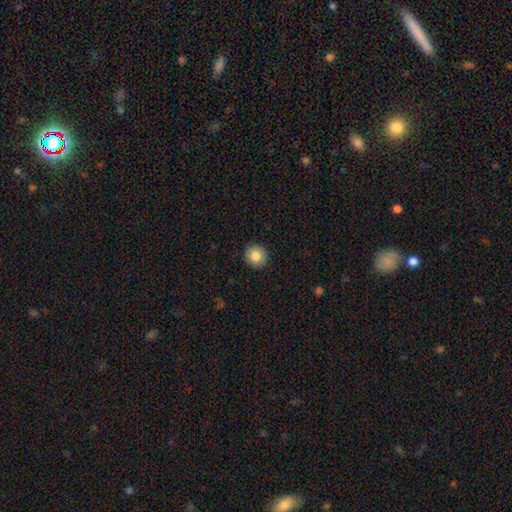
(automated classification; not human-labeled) smooth-or-featured: smooth: 83% | star or artifact: 9% | featured or disk: 9%
  how-rounded: round: 89% | in between: 10% | cigar-shaped: 1%
  merging: none: 92% | minor disturbance: 5% | major disturbance: 2% | merger: 1%